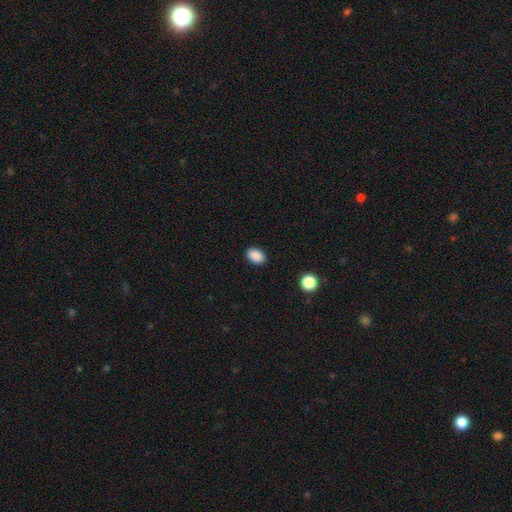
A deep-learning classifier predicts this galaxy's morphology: Q: Smooth or featured?
A: smooth (89%); runner-up: star or artifact (8%)
Q: How rounded?
A: in between (81%); runner-up: round (18%)
Q: Merging?
A: none (89%); runner-up: minor disturbance (7%)